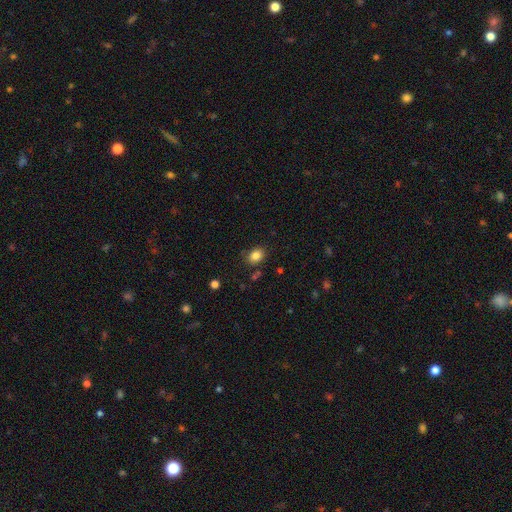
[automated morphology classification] smooth 84%, star or artifact 10%, featured or disk 6%. Down the decision tree: how rounded — in between (60%); merging — none (82%).